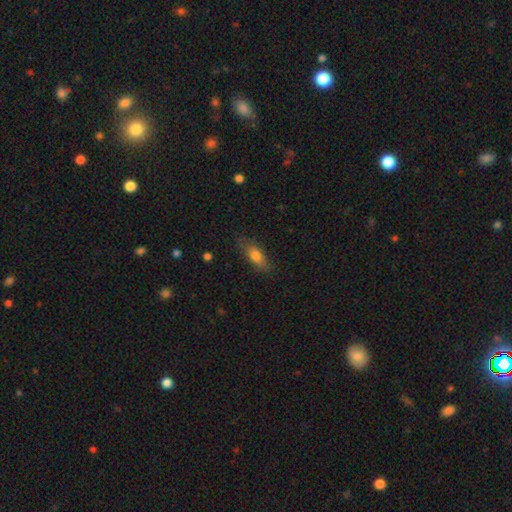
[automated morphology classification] smooth-or-featured: smooth: 76% | featured or disk: 16% | star or artifact: 8%
  how-rounded: in between: 71% | cigar-shaped: 26% | round: 3%
  merging: none: 75% | minor disturbance: 18% | major disturbance: 5% | merger: 1%